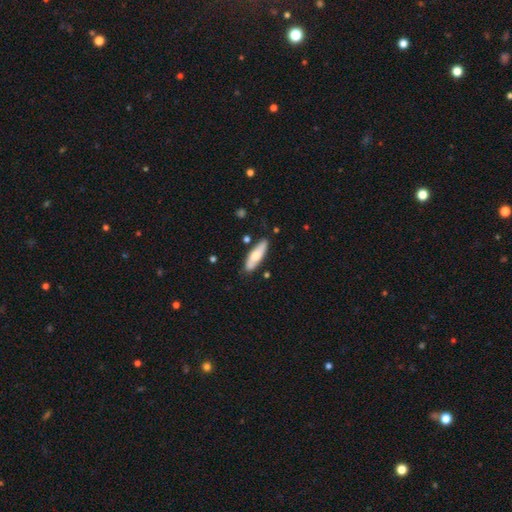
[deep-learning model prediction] smooth_or_featured: smooth (p=0.63) [alt: featured or disk p=0.32]
how_rounded: cigar-shaped (p=0.52) [alt: in between p=0.46]
merging: none (p=0.82) [alt: minor disturbance p=0.13]